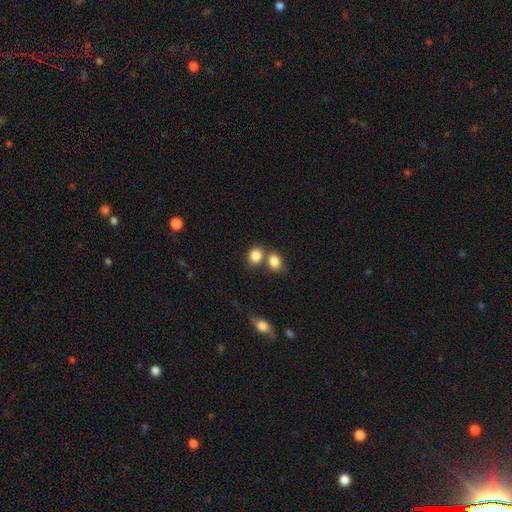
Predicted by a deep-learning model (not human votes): Overall: smooth (84%). How rounded: round (61%; in between 38%). Merging: none (49%; merger 37%).